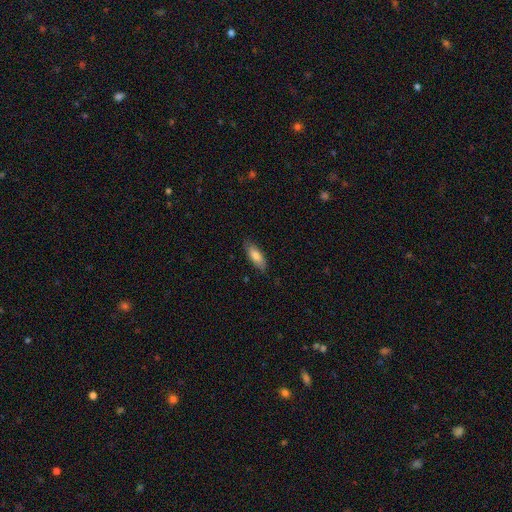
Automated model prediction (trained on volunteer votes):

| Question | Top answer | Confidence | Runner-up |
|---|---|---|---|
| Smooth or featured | smooth | 79% | featured or disk (15%) |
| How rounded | in between | 70% | cigar-shaped (28%) |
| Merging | none | 82% | minor disturbance (14%) |